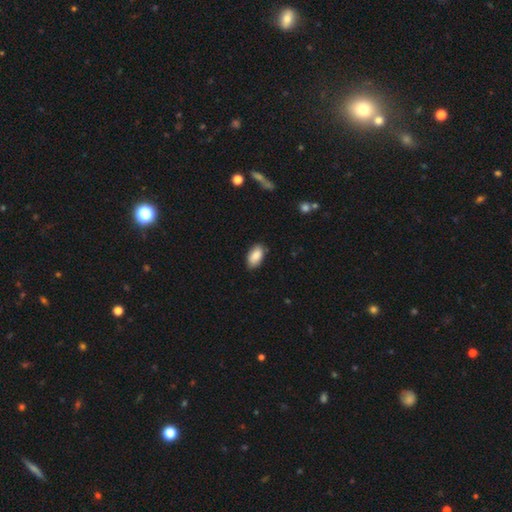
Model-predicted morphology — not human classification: Smooth or featured? Predicted: smooth (p=0.85). How rounded? Predicted: in between (p=0.94). Merging? Predicted: none (p=0.83).